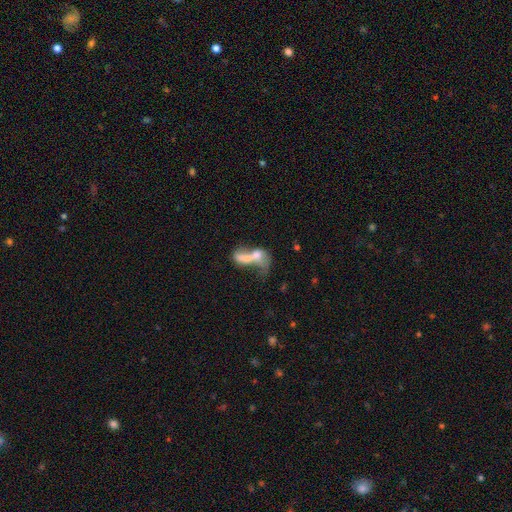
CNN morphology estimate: smooth 51%, featured or disk 39%, star or artifact 10%. Down the decision tree: how rounded — in between (72%); merging — merger (67%).